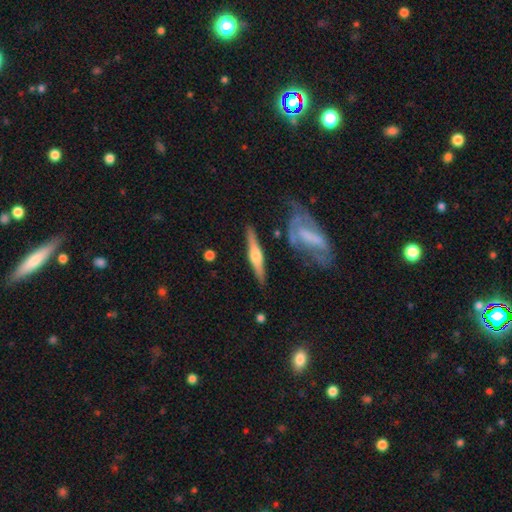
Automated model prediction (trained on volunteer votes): A featured or disk galaxy (66%) viewed edge-on (95%) with a rounded central bulge (86%). Merging: none (82%).